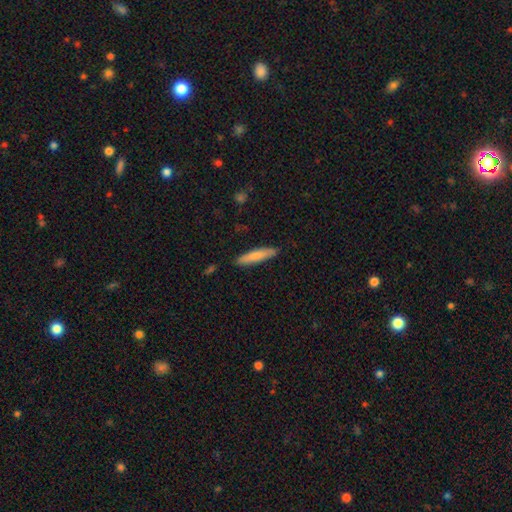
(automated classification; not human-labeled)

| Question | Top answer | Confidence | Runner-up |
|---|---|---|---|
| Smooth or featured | smooth | 78% | featured or disk (17%) |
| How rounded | cigar-shaped | 86% | in between (13%) |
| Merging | none | 89% | minor disturbance (8%) |